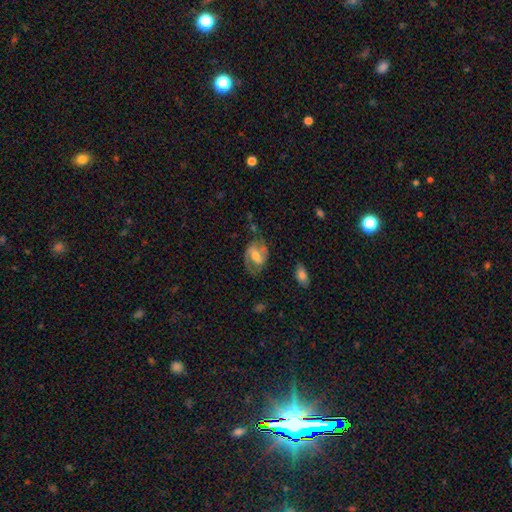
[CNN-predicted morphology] A featured or disk galaxy (65%) with a weak bar (45%), 2 (79%) medium (49%) spiral arms (80%) and a moderate central bulge (56%).

Vote fractions:
- Smooth or featured? featured or disk: 65% / smooth: 28% / star or artifact: 7%
- Edge-on disk? no: 96% / yes: 4%
- Bar? weak: 45% / strong: 27% / no: 27%
- Spiral arms? yes: 80% / no: 20%
- Spiral winding? medium: 49% / tight: 26% / loose: 25%
- Spiral arm count? 2: 79% / can't tell: 11% / 1: 7% / 3: 1% / 4: 1% / more than 4: 1%
- Bulge size? moderate: 56% / small: 24% / large: 14% / none: 4% / dominant: 1%
- Merging? none: 61% / minor disturbance: 23% / major disturbance: 13% / merger: 3%